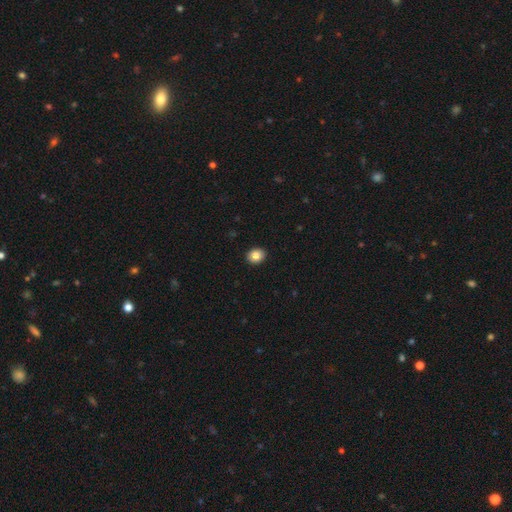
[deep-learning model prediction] Smooth or featured? smooth (85%)
How rounded? round (57%)
Merging? none (91%)